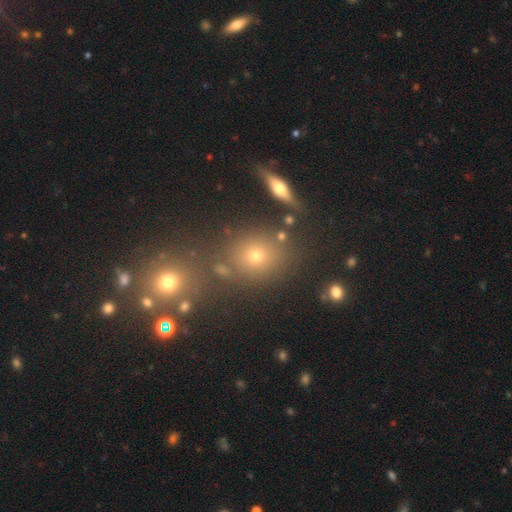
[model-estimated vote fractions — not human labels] This appears to be a smooth galaxy with no disk features (64%) that is round (69%). Merging: none (76%).